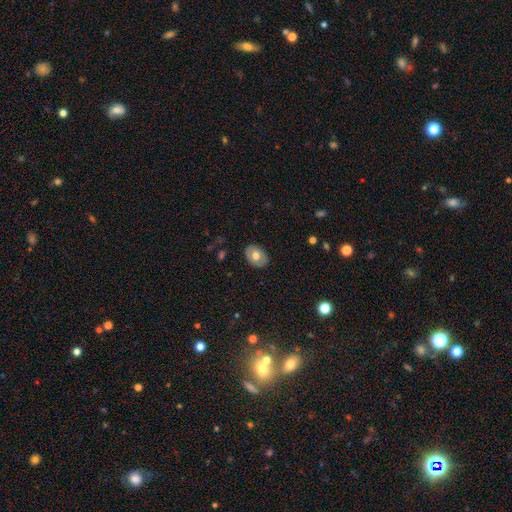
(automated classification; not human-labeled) smooth_or_featured: smooth (p=0.66) [alt: featured or disk p=0.27]
how_rounded: in between (p=0.77) [alt: round p=0.22]
merging: none (p=0.86) [alt: minor disturbance p=0.11]